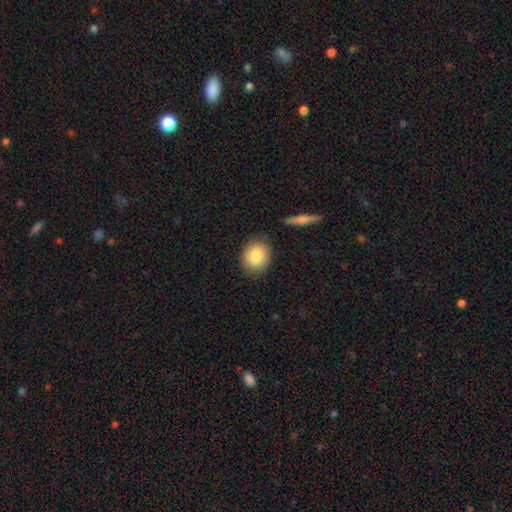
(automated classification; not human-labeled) A smooth galaxy with no disk features (84%) that is round (72%).

Vote fractions:
- Smooth or featured? smooth: 84% / featured or disk: 8% / star or artifact: 7%
- How rounded? round: 72% / in between: 27% / cigar-shaped: 1%
- Merging? none: 84% / minor disturbance: 11% / major disturbance: 3% / merger: 2%